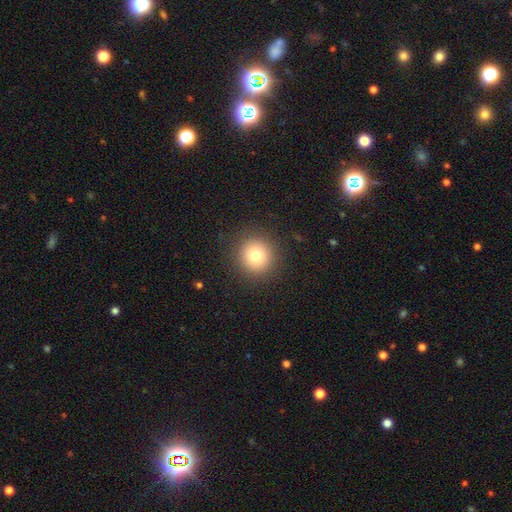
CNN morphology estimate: Smooth or featured?
  - smooth: 78% *
  - star or artifact: 12%
  - featured or disk: 10%
How rounded?
  - round: 94% *
  - in between: 5%
  - cigar-shaped: 1%
Merging?
  - none: 90% *
  - minor disturbance: 6%
  - major disturbance: 3%
  - merger: 1%